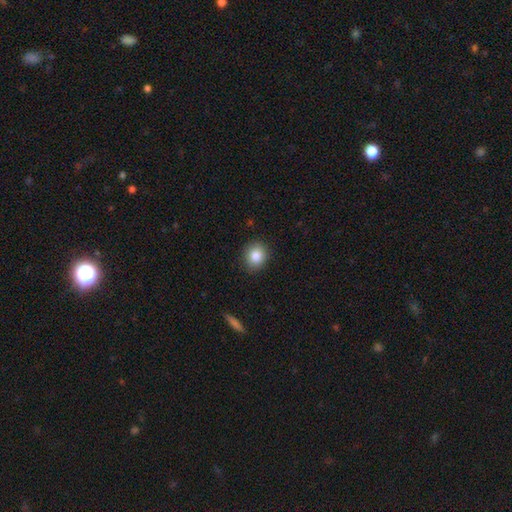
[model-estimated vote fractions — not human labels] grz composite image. It shows a smooth galaxy with no disk features (84%) that is round (73%). Merging: none (89%).